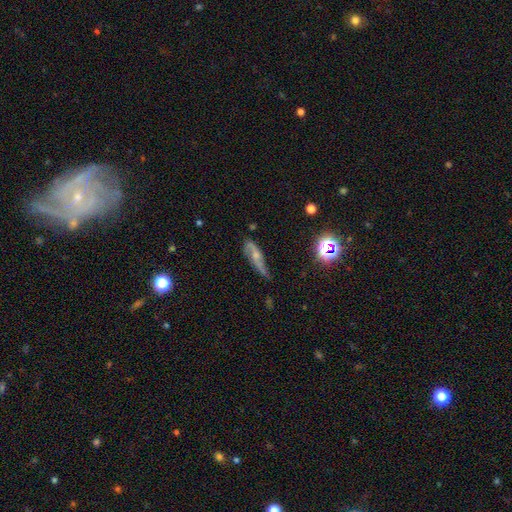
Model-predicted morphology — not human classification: type=featured or disk (63%); edge-on=no (78%); merging=none (48%).